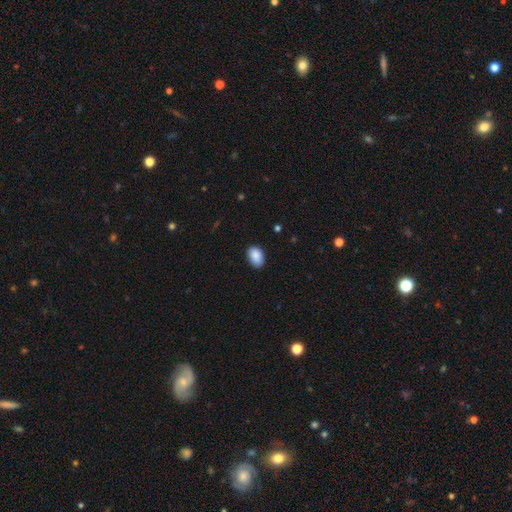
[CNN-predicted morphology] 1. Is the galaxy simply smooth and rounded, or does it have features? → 89% smooth, 7% star or artifact, 3% featured or disk.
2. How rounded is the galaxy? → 88% in between, 11% round, 1% cigar-shaped.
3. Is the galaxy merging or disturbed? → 84% none, 13% minor disturbance, 2% major disturbance, 1% merger.